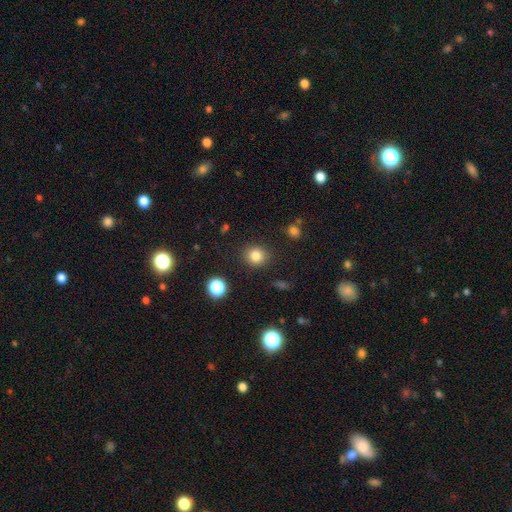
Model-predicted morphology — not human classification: This is clearly a smooth galaxy (82%). How rounded: clearly round (84%). Merging: clearly none (88%).